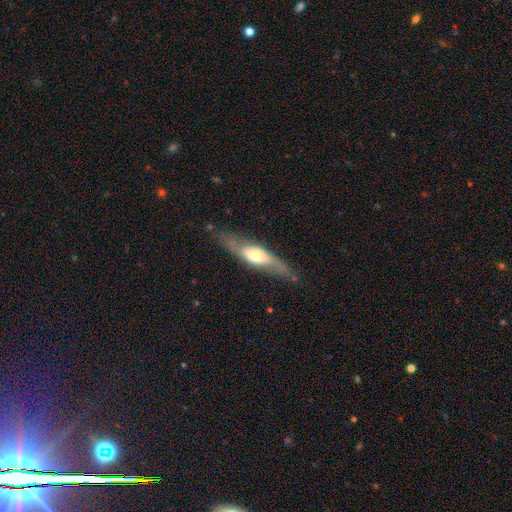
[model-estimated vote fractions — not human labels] Smooth or featured? featured or disk (61%)
Edge-on disk? no (53%)
Merging? none (74%)